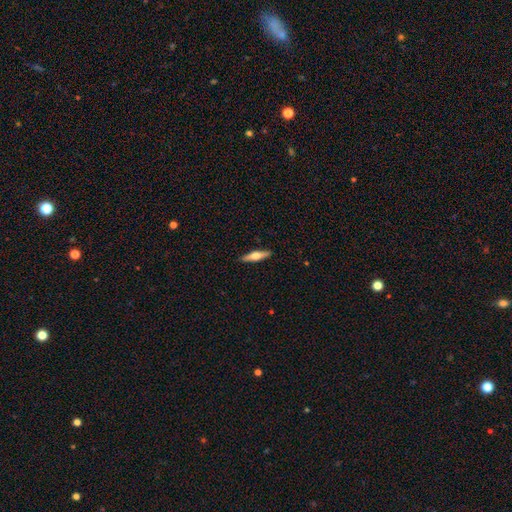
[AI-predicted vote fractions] Smooth or featured? Predicted: featured or disk (p=0.47, tied with smooth). Merging? Predicted: none (p=0.90).